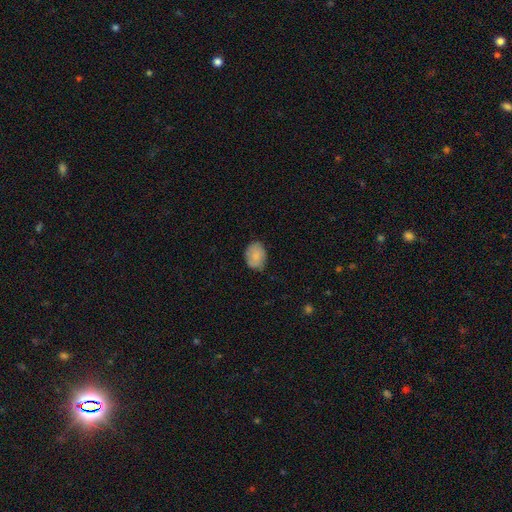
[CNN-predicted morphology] Smooth or featured? smooth (83%)
How rounded? in between (66%)
Merging? none (73%)